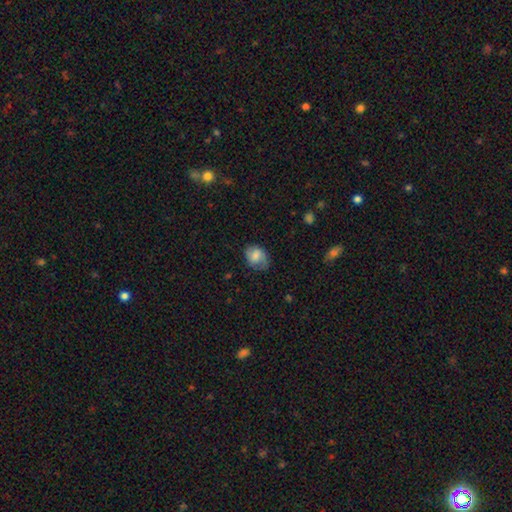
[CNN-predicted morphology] A smooth galaxy with no disk features (66%) that is in between round and cigar-shaped (61%).

Vote fractions:
- Smooth or featured? smooth: 66% / featured or disk: 26% / star or artifact: 8%
- How rounded? in between: 61% / round: 38% / cigar-shaped: 1%
- Merging? none: 59% / minor disturbance: 29% / major disturbance: 11% / merger: 1%